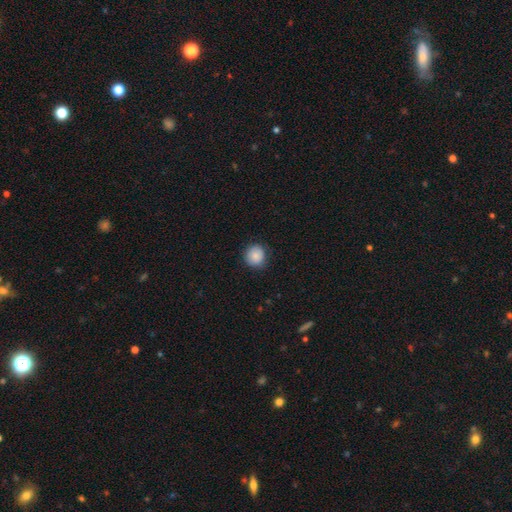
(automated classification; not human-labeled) Smooth or featured? Predicted: smooth (p=0.86). How rounded? Predicted: round (p=0.90). Merging? Predicted: none (p=0.84).